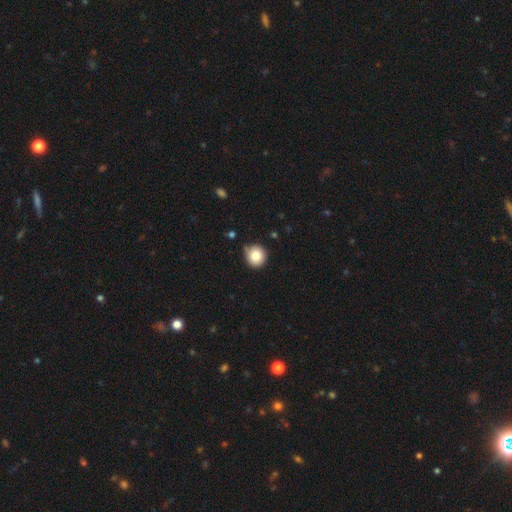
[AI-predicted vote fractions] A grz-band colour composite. It shows a smooth galaxy with no disk features (82%) that is round (93%). Merging: none (79%).